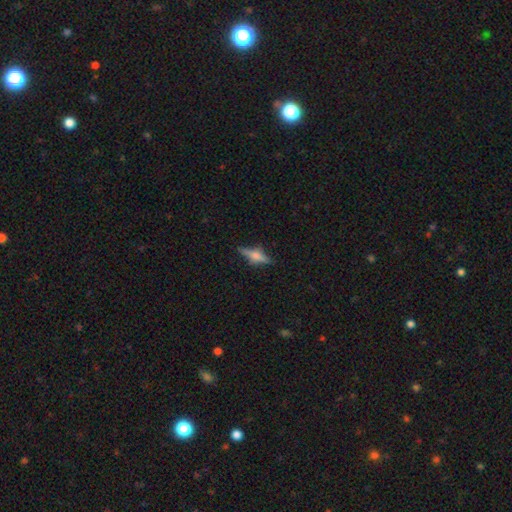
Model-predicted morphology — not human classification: A featured or disk galaxy (56%) viewed edge-on (94%) with a rounded central bulge (84%). Merging: none (80%).